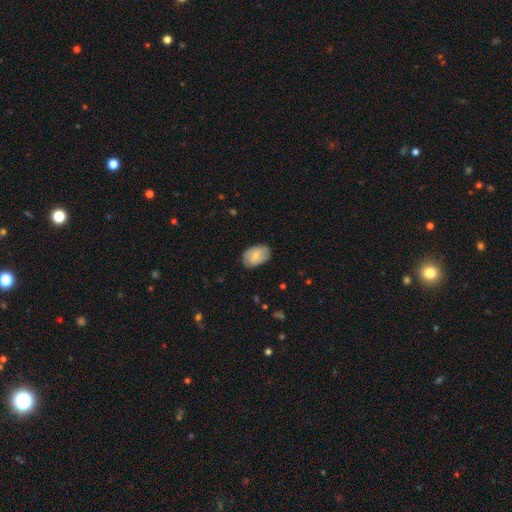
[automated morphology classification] smooth-or-featured: smooth: 76% | featured or disk: 18% | star or artifact: 6%
  how-rounded: in between: 89% | round: 10% | cigar-shaped: 1%
  merging: none: 80% | minor disturbance: 16% | major disturbance: 3% | merger: 1%